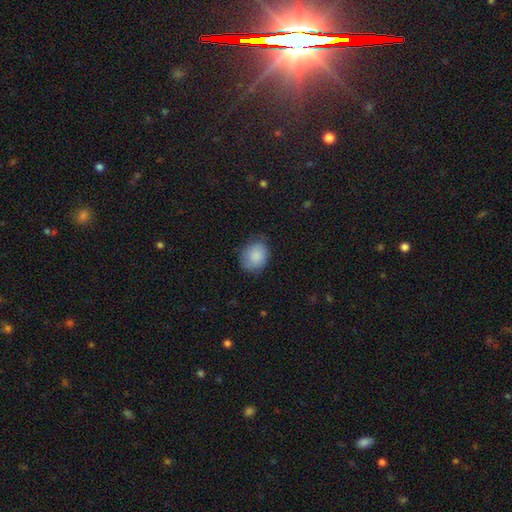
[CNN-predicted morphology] The model was most divided on "how rounded": round: 58%, in between: 41%, cigar-shaped: 1%. More confident: smooth or featured — smooth (86%); merging — none (70%).